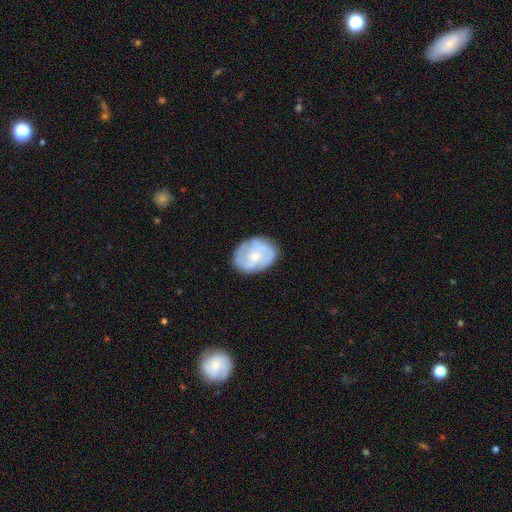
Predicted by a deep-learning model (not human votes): Q: Smooth or featured?
A: featured or disk (52%); runner-up: smooth (41%)
Q: Edge-on disk?
A: no (97%); runner-up: yes (3%)
Q: Bar?
A: no (74%); runner-up: weak (22%)
Q: Spiral arms?
A: yes (60%); runner-up: no (40%)
Q: Bulge size?
A: small (58%); runner-up: moderate (36%)
Q: Merging?
A: none (74%); runner-up: minor disturbance (18%)